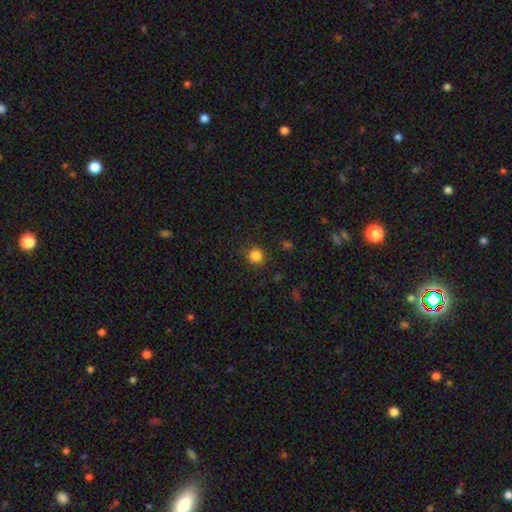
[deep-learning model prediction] Smooth or featured: smooth — 84% (star or artifact — 12%)
How rounded: round — 92% (in between — 7%)
Merging: none — 87% (minor disturbance — 9%)